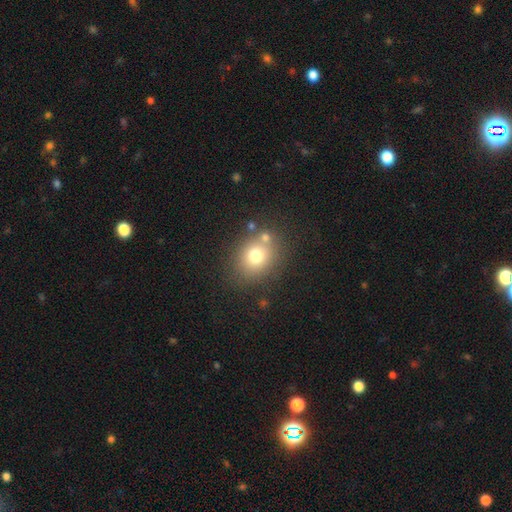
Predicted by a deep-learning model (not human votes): smooth_or_featured: smooth (p=0.74) [alt: star or artifact p=0.13]
how_rounded: round (p=0.63) [alt: in between p=0.36]
merging: none (p=0.71) [alt: merger p=0.12]